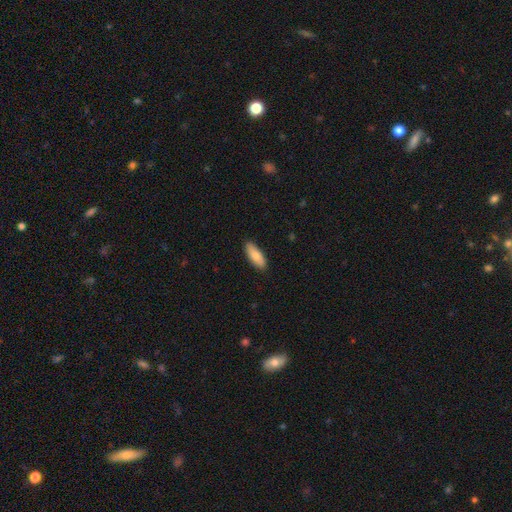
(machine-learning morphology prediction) Overall: smooth (82%). How rounded: in between (69%; cigar-shaped 29%). Merging: none (89%).